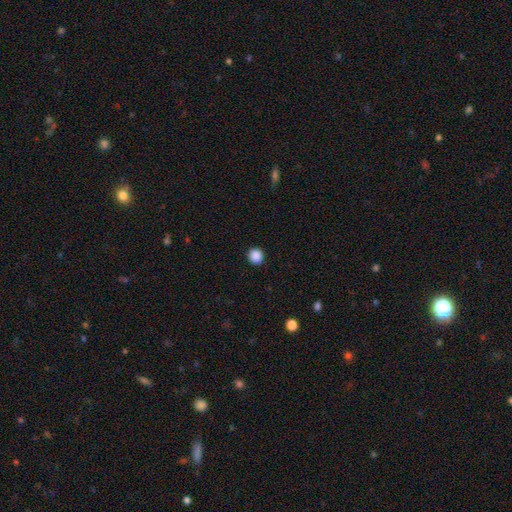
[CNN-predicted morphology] Smooth or featured? smooth (88%)
How rounded? round (89%)
Merging? none (92%)